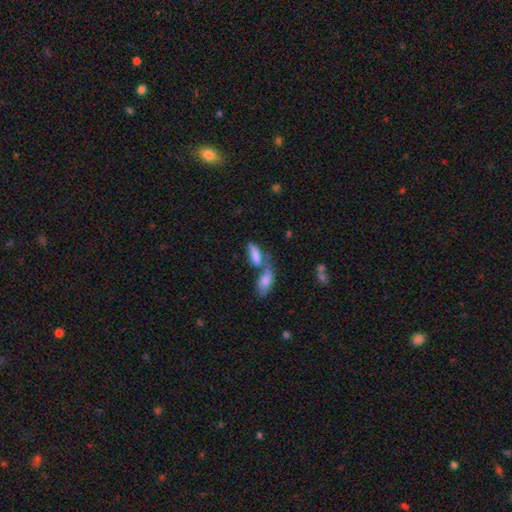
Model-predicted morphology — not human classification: Smooth or featured? smooth (75%)
How rounded? in between (74%)
Merging? merger (55%)